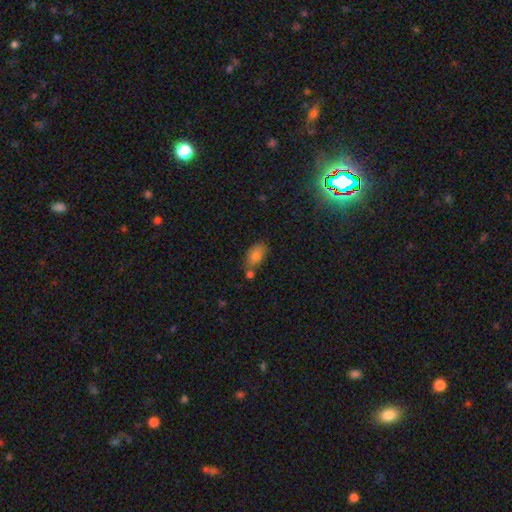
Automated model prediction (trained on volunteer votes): A smooth galaxy with no disk features (79%) that is in between round and cigar-shaped (88%).

Vote fractions:
- Smooth or featured? smooth: 79% / featured or disk: 11% / star or artifact: 10%
- How rounded? in between: 88% / round: 10% / cigar-shaped: 2%
- Merging? none: 56% / minor disturbance: 20% / merger: 19% / major disturbance: 5%